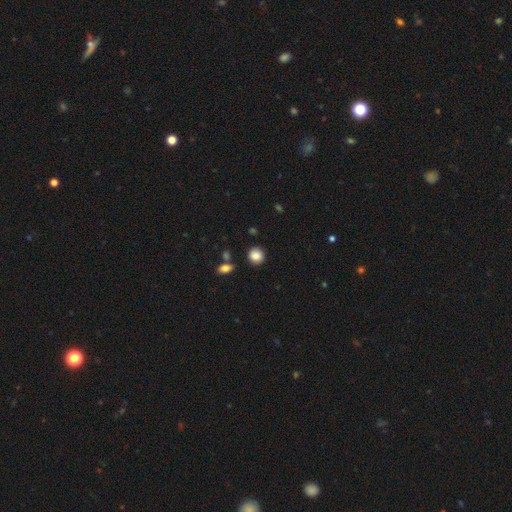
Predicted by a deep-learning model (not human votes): smooth_or_featured: smooth (p=0.87) [alt: star or artifact p=0.09]
how_rounded: round (p=0.89) [alt: in between p=0.10]
merging: none (p=0.88) [alt: minor disturbance p=0.07]